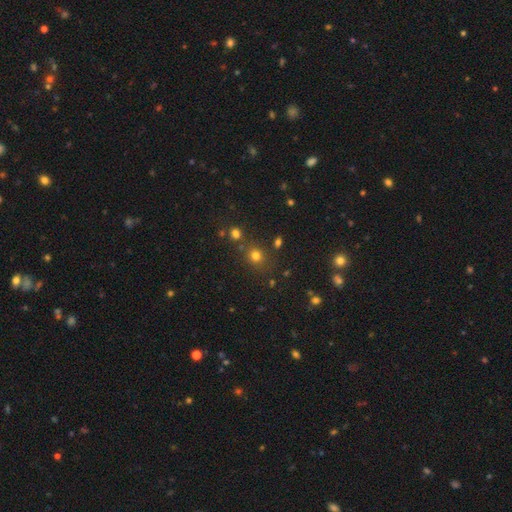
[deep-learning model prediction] Smooth or featured? Predicted: smooth (p=0.72). How rounded? Predicted: round (p=0.82). Merging? Predicted: none (p=0.74).